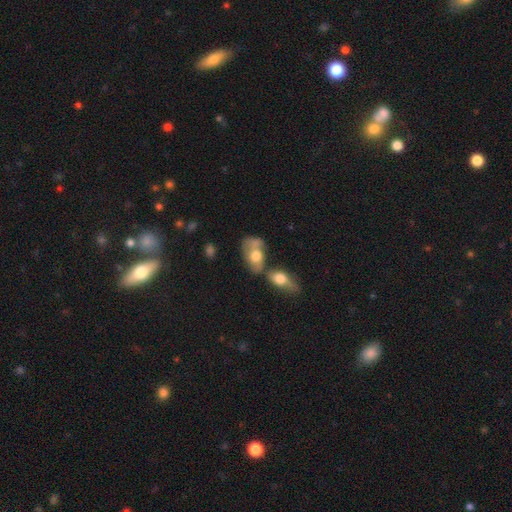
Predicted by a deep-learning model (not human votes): Smooth or featured?
  - smooth: 57% *
  - featured or disk: 35%
  - star or artifact: 8%
How rounded?
  - in between: 85% *
  - round: 12%
  - cigar-shaped: 3%
Merging?
  - merger: 49% *
  - none: 24%
  - minor disturbance: 14%
  - major disturbance: 12%